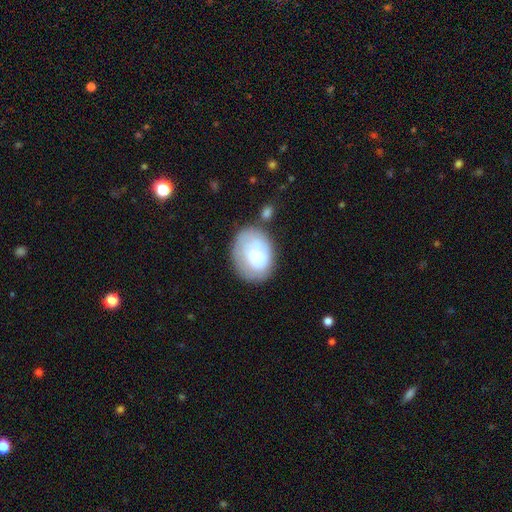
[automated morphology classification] A smooth galaxy with no disk features (52%) that is in between round and cigar-shaped (66%).

Vote fractions:
- Smooth or featured? smooth: 52% / featured or disk: 41% / star or artifact: 7%
- How rounded? in between: 66% / round: 33% / cigar-shaped: 1%
- Merging? none: 59% / minor disturbance: 24% / major disturbance: 10% / merger: 8%